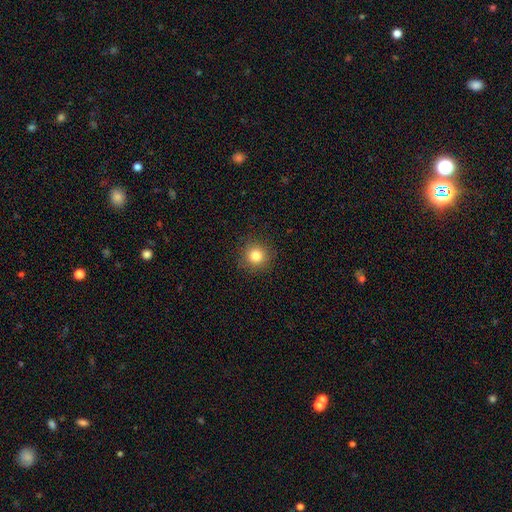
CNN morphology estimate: A smooth galaxy with no disk features (82%) that is round (94%). Merging: none (90%).